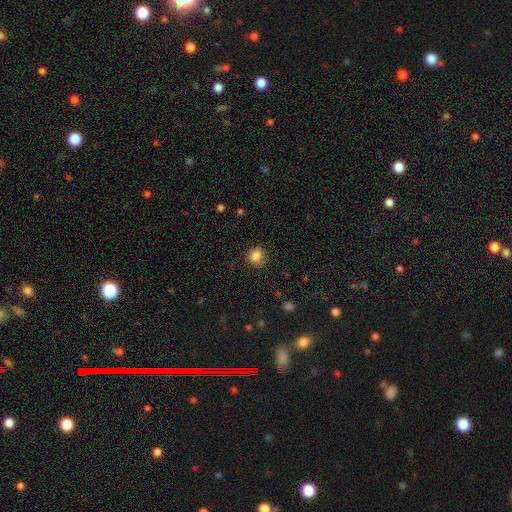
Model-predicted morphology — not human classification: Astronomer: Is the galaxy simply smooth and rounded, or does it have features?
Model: smooth — 85%.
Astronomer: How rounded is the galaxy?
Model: round — 88%.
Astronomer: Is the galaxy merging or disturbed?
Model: none — 80%.